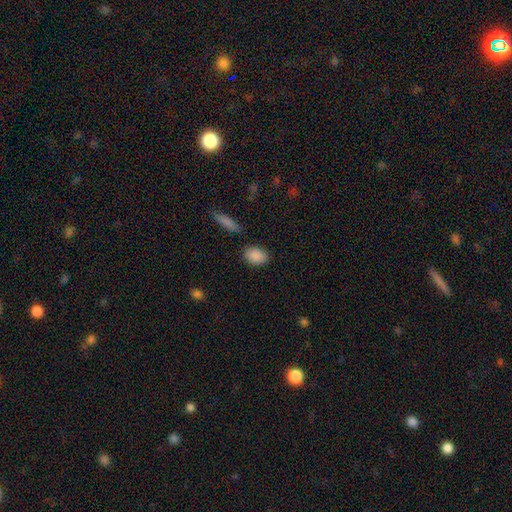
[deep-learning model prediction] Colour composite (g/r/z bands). It shows a smooth galaxy with no disk features (89%) that is in between round and cigar-shaped (82%). Merging: none (84%).